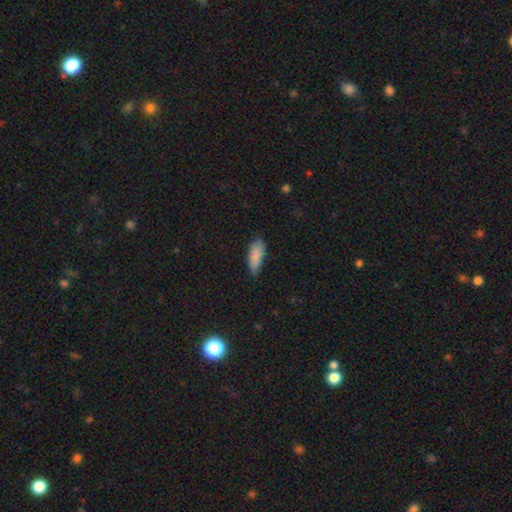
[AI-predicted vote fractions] This is clearly a smooth galaxy (86%). How rounded: likely in between (75%). Merging: likely none (66%).